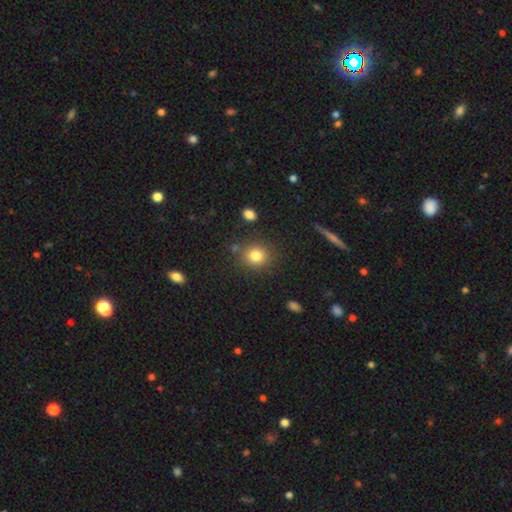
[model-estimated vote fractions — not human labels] Smooth or featured? Predicted: smooth (p=0.82). How rounded? Predicted: round (p=0.81). Merging? Predicted: none (p=0.82).